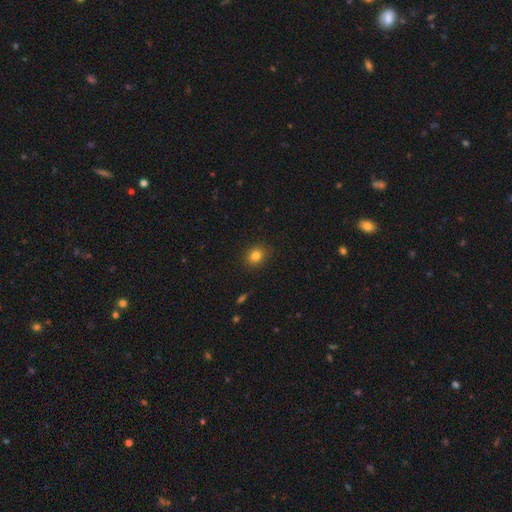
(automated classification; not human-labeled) Smooth or featured? Predicted: smooth (p=0.82). How rounded? Predicted: round (p=0.67). Merging? Predicted: none (p=0.88).